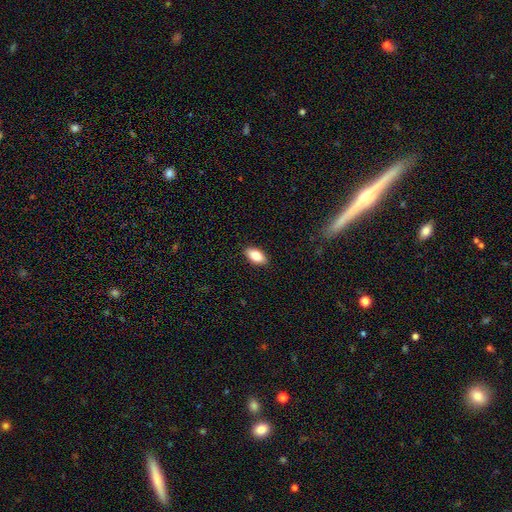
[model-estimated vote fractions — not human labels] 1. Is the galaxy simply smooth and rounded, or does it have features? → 81% smooth, 12% featured or disk, 7% star or artifact.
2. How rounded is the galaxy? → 91% in between, 5% cigar-shaped, 4% round.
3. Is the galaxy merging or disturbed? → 89% none, 8% minor disturbance, 2% major disturbance, 1% merger.